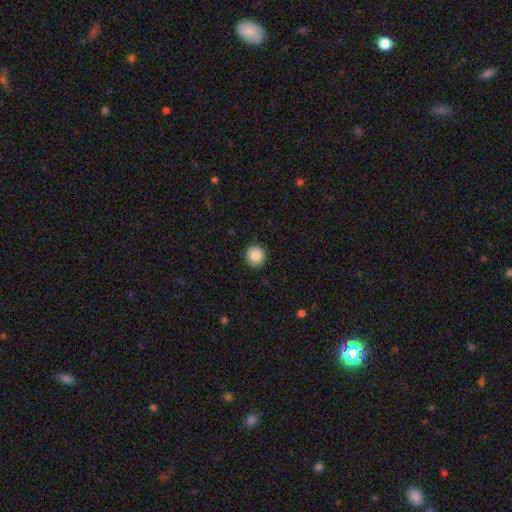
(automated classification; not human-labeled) Smooth or featured? smooth (85%)
How rounded? round (92%)
Merging? none (90%)